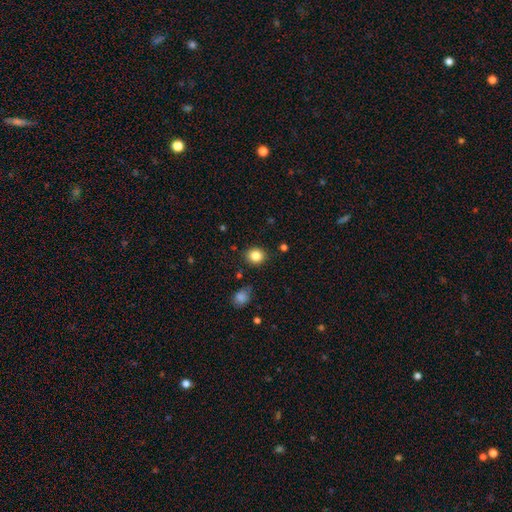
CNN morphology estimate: The model was most divided on "how rounded": round: 79%, in between: 20%, cigar-shaped: 1%. More confident: merging — none (87%); smooth or featured — smooth (84%).